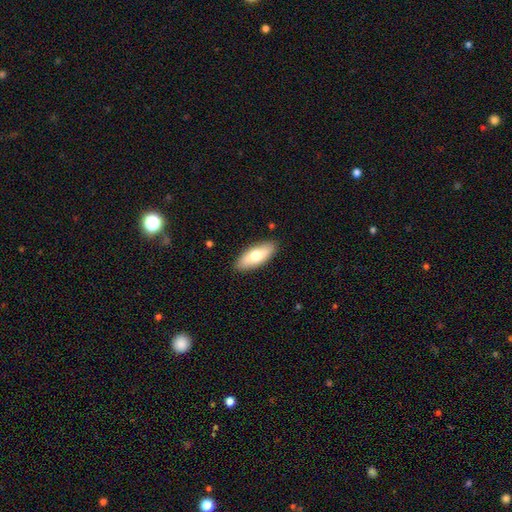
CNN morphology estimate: A smooth galaxy with no disk features (71%) that is in between round and cigar-shaped (77%). Merging: none (88%).